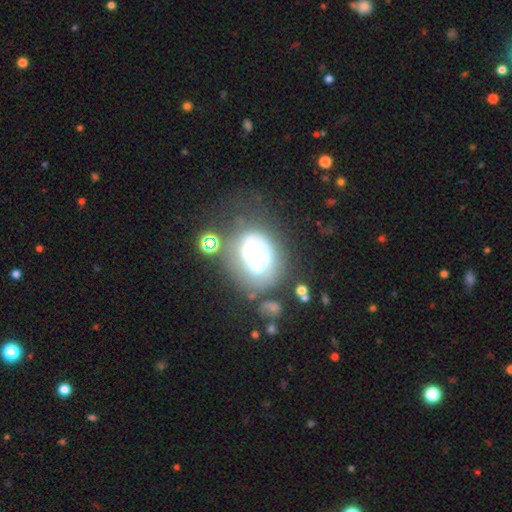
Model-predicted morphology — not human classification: Smooth or featured? Predicted: featured or disk (p=0.65). Edge-on disk? Predicted: no (p=0.98). Bar? Predicted: no (p=0.66). Spiral arms? Predicted: yes (p=0.70). Bulge size? Predicted: moderate (p=0.34). Merging? Predicted: none (p=0.32).